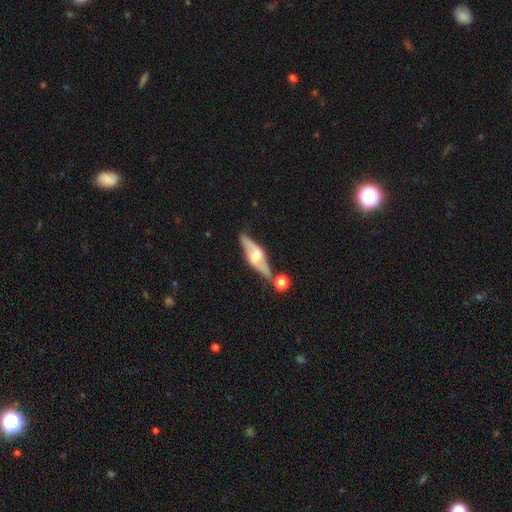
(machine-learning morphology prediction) The model was most divided on "merging": none: 65%, minor disturbance: 17%, merger: 13%, major disturbance: 6%. More confident: edge-on bulge — rounded (88%); edge-on disk — yes (81%); smooth or featured — featured or disk (73%).